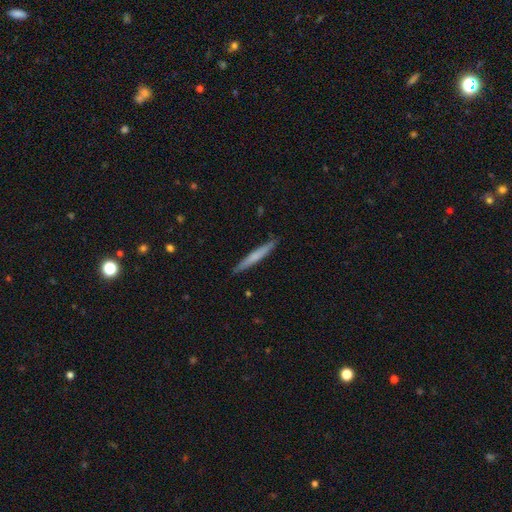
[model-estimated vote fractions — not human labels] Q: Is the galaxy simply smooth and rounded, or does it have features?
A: smooth — 61%.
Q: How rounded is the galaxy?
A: cigar-shaped — 96%.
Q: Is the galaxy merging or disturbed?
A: none — 90%.